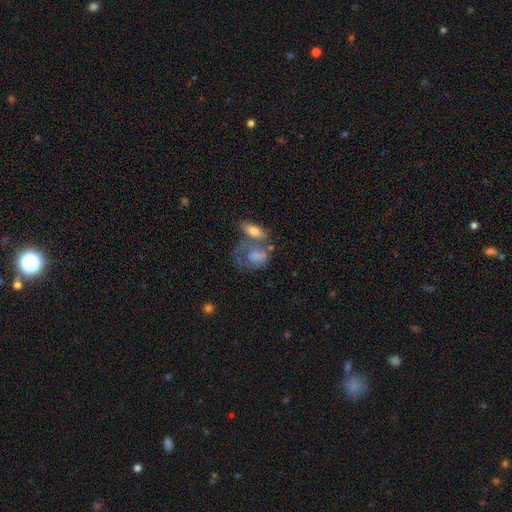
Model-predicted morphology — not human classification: Smooth or featured? smooth (58%)
How rounded? in between (74%)
Merging? merger (30%)